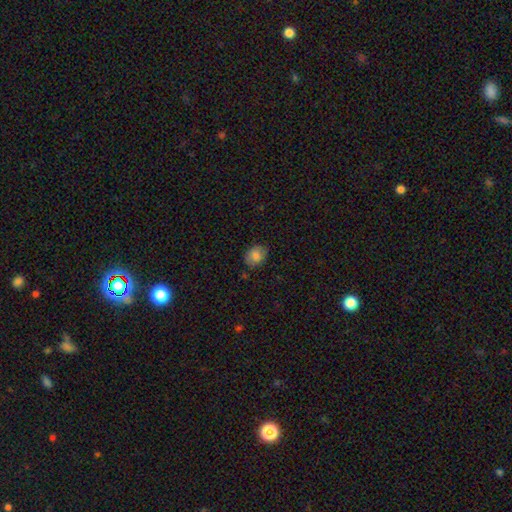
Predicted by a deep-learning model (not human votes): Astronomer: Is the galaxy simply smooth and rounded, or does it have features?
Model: smooth — 82%.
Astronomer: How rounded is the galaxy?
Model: in between — 53% (runner-up: round, 46%).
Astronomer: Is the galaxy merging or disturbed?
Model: none — 81%.